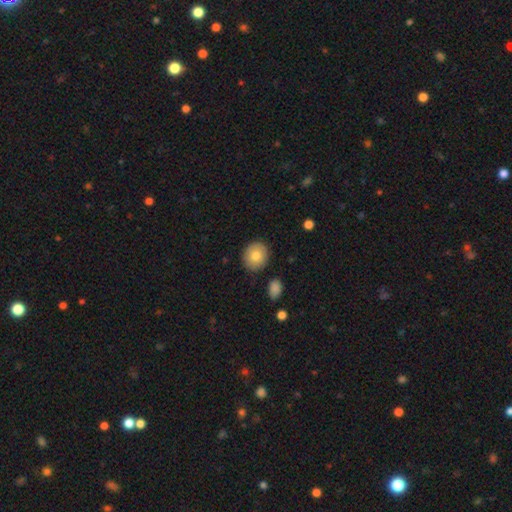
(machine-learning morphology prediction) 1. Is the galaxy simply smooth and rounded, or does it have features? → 79% smooth, 13% featured or disk, 8% star or artifact.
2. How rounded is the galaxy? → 77% round, 22% in between, 1% cigar-shaped.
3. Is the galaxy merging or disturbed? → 88% none, 8% minor disturbance, 2% major disturbance, 2% merger.